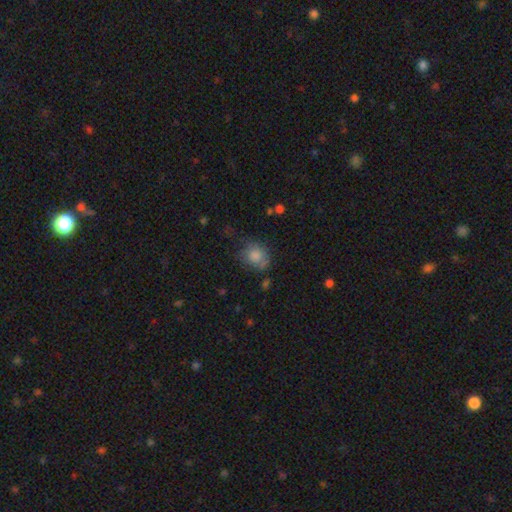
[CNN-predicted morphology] Smooth or featured: smooth — 78% (featured or disk — 13%)
How rounded: round — 66% (in between — 33%)
Merging: none — 49% (minor disturbance — 30%)